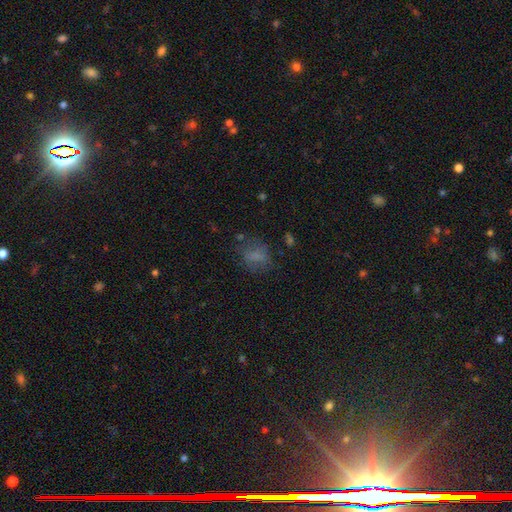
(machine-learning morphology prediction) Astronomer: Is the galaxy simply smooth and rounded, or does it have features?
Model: smooth — 64%.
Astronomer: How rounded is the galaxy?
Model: in between — 55% (runner-up: round, 42%).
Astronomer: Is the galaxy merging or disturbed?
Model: none — 60%.